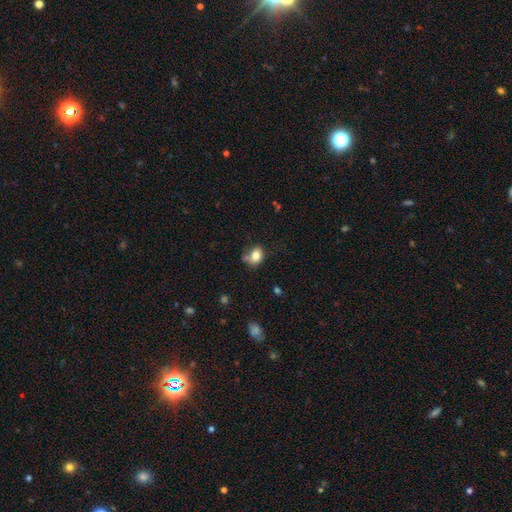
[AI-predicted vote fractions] The model was most divided on "how rounded": in between: 61%, round: 38%, cigar-shaped: 1%. More confident: smooth or featured — smooth (80%); merging — none (53%).